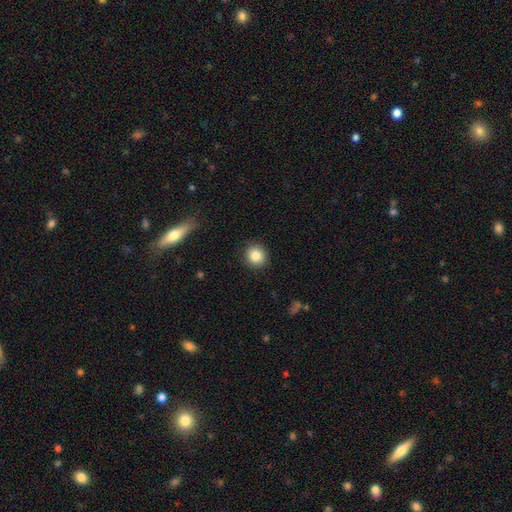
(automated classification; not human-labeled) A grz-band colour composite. It shows a smooth galaxy with no disk features (85%) that is round (86%). Merging: none (89%).